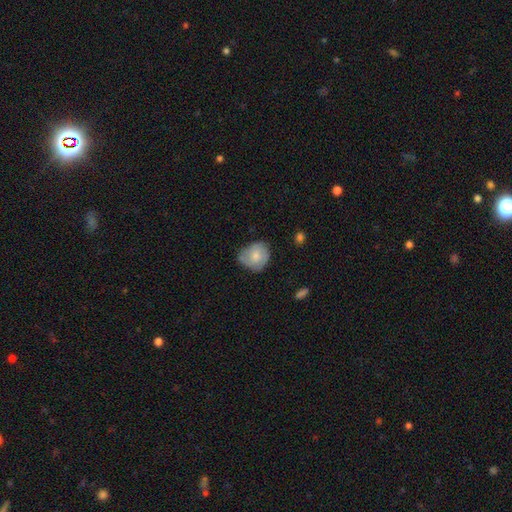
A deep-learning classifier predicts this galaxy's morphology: The model was most divided on "merging": none: 54%, minor disturbance: 35%, major disturbance: 9%, merger: 2%. More confident: how rounded — round (67%); smooth or featured — smooth (64%).